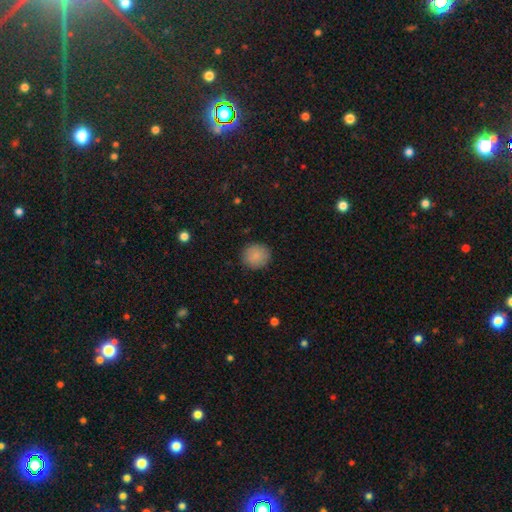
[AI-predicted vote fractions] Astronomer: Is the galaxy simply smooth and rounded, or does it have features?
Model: smooth — 87%.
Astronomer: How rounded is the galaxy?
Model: round — 88%.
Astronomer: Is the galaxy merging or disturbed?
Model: none — 89%.